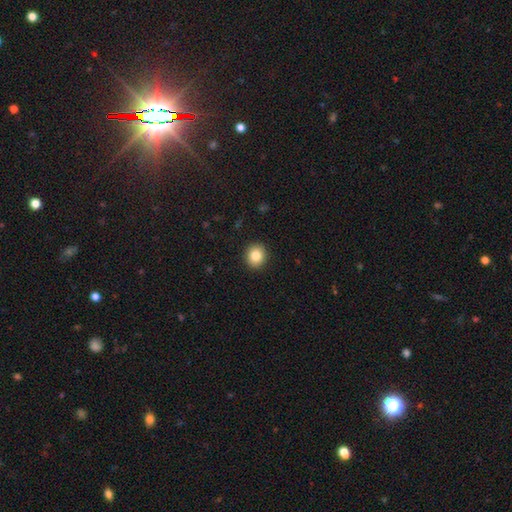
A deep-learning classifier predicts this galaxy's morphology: smooth 84%, star or artifact 9%, featured or disk 7%. Down the decision tree: how rounded — round (74%); merging — none (92%).